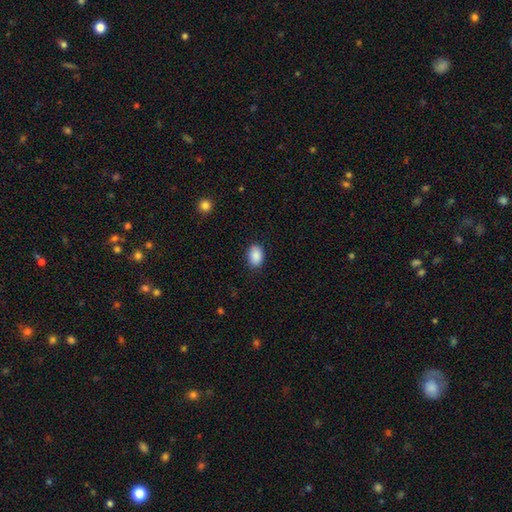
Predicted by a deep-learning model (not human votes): This is clearly a smooth galaxy (89%). How rounded: clearly in between (83%). Merging: clearly none (87%).